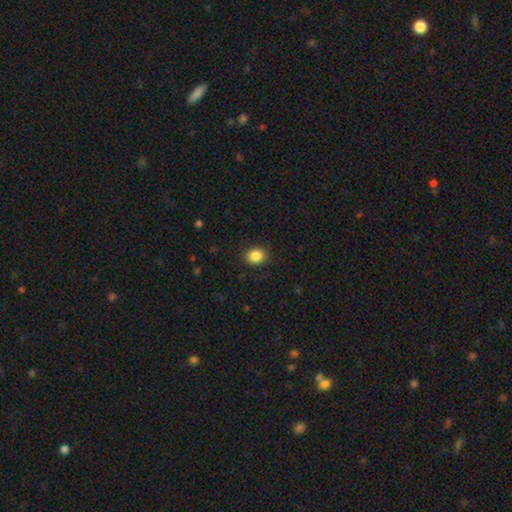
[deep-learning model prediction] Overall: smooth (87%). How rounded: round (70%). Merging: none (88%).